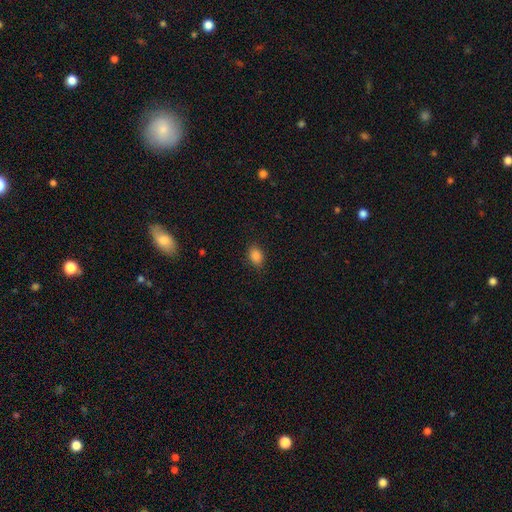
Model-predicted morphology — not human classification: Smooth or featured? smooth (87%)
How rounded? in between (76%)
Merging? none (84%)